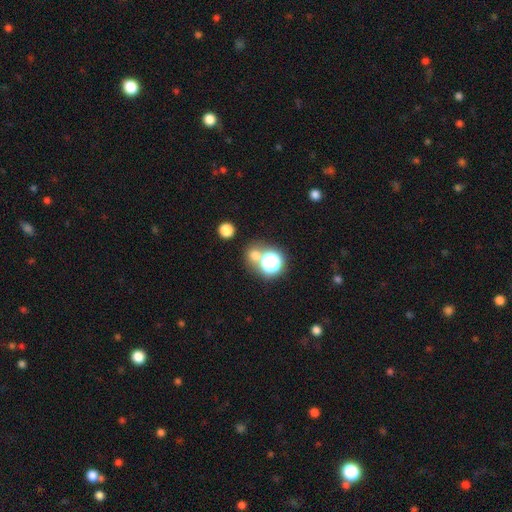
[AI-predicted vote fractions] smooth-or-featured: smooth: 60% | star or artifact: 31% | featured or disk: 8%
  how-rounded: round: 84% | in between: 14% | cigar-shaped: 1%
  merging: none: 62% | merger: 26% | minor disturbance: 8% | major disturbance: 4%